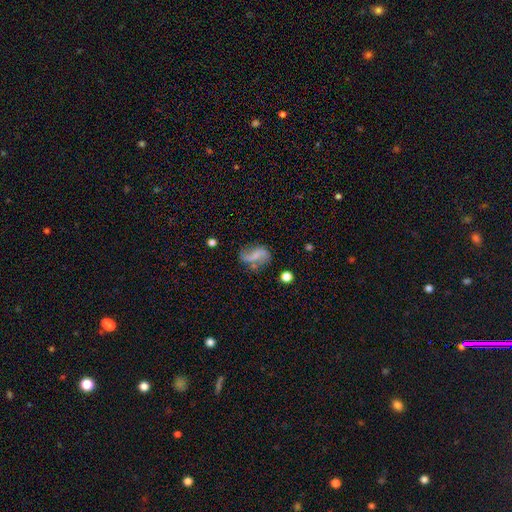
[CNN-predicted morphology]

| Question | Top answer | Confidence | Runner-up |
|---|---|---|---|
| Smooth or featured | featured or disk | 67% | smooth (25%) |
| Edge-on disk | no | 97% | yes (3%) |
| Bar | weak | 40% | no (30%) |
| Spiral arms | yes | 86% | no (14%) |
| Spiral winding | loose | 76% | medium (18%) |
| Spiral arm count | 2 | 88% | 1 (5%) |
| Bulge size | small | 44% | none (38%) |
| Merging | none | 62% | minor disturbance (22%) |